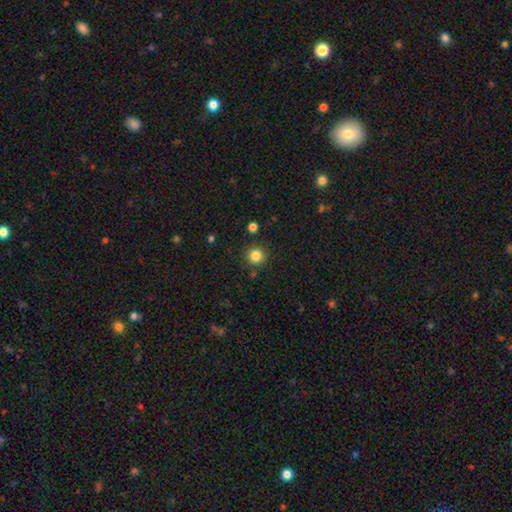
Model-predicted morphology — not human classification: Smooth or featured?
  - smooth: 83% *
  - star or artifact: 12%
  - featured or disk: 5%
How rounded?
  - round: 94% *
  - in between: 5%
  - cigar-shaped: 1%
Merging?
  - none: 88% *
  - minor disturbance: 7%
  - merger: 3%
  - major disturbance: 2%